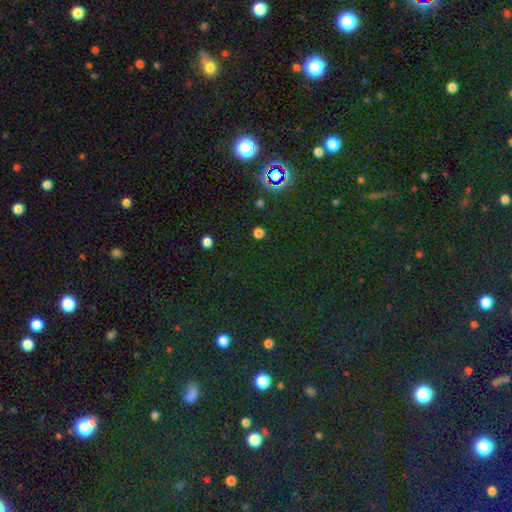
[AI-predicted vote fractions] smooth-or-featured: star or artifact: 76% | smooth: 16% | featured or disk: 8%